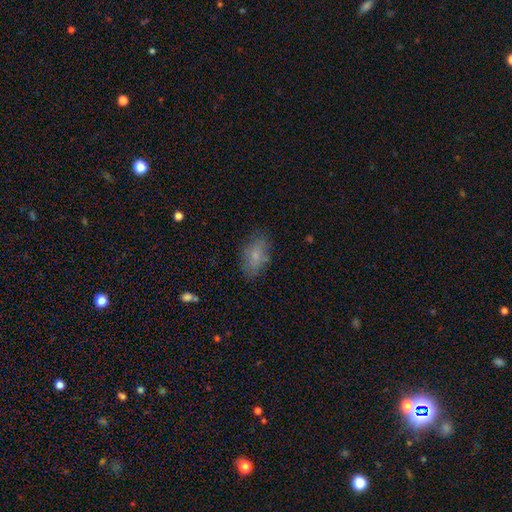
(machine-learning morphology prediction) A smooth galaxy with no disk features (71%) that is in between round and cigar-shaped (90%).

Vote fractions:
- Smooth or featured? smooth: 71% / featured or disk: 21% / star or artifact: 9%
- How rounded? in between: 90% / cigar-shaped: 5% / round: 5%
- Merging? none: 76% / minor disturbance: 17% / major disturbance: 5% / merger: 1%